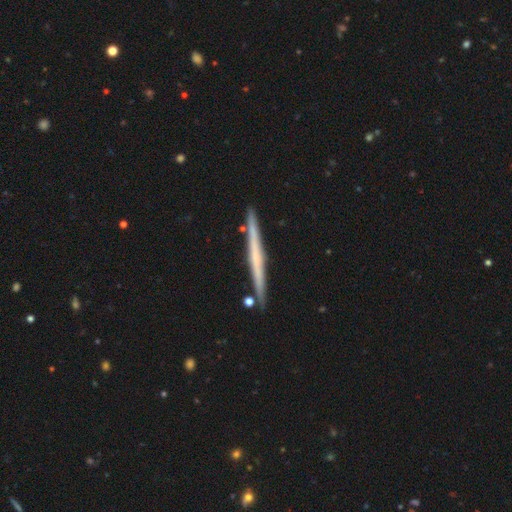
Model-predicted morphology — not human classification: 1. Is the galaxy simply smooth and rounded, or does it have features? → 58% featured or disk, 36% smooth, 6% star or artifact.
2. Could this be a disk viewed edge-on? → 97% yes, 3% no.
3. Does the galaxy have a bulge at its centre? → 81% none, 13% rounded, 5% boxy.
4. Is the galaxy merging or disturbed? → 89% none, 8% minor disturbance, 2% merger, 1% major disturbance.